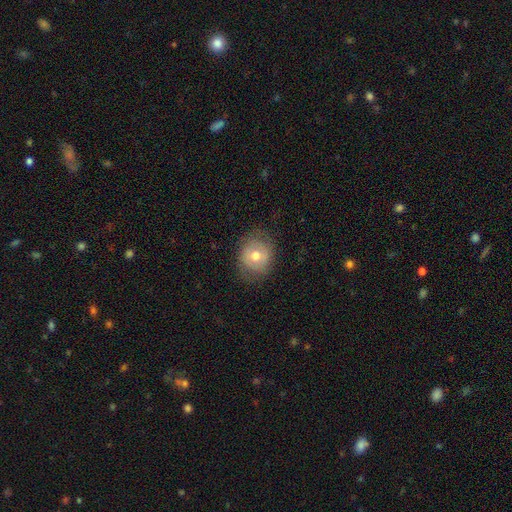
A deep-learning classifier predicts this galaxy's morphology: This appears to be a smooth galaxy with no disk features (58%) that is round (73%). Merging: none (75%).